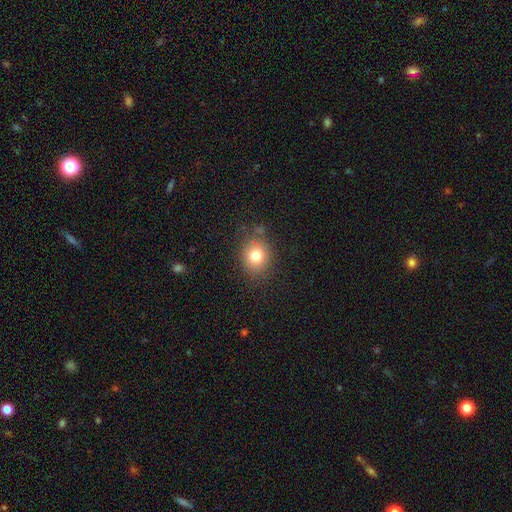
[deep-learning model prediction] A smooth galaxy with no disk features (77%) that is round (74%). Merging: none (79%).